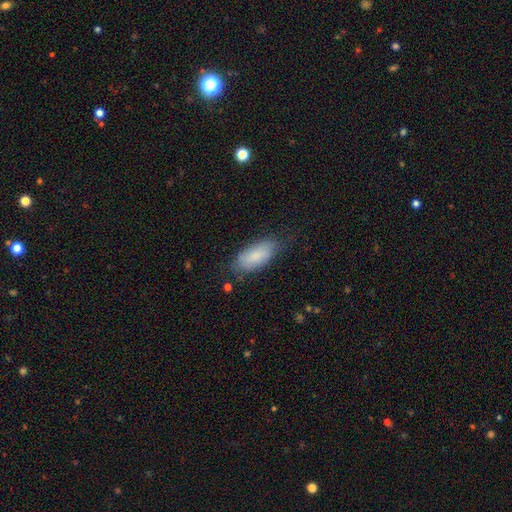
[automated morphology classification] Smooth or featured? Predicted: smooth (p=0.81). How rounded? Predicted: in between (p=0.88). Merging? Predicted: none (p=0.67).